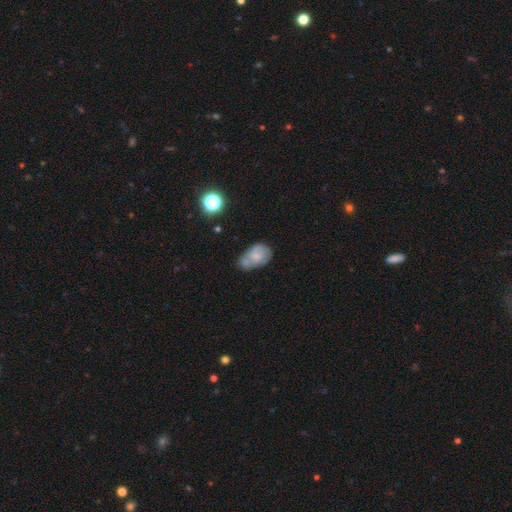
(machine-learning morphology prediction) The model was most divided on "merging": merger: 33%, none: 31%, minor disturbance: 25%, major disturbance: 11%. More confident: how rounded — in between (85%); smooth or featured — smooth (58%).